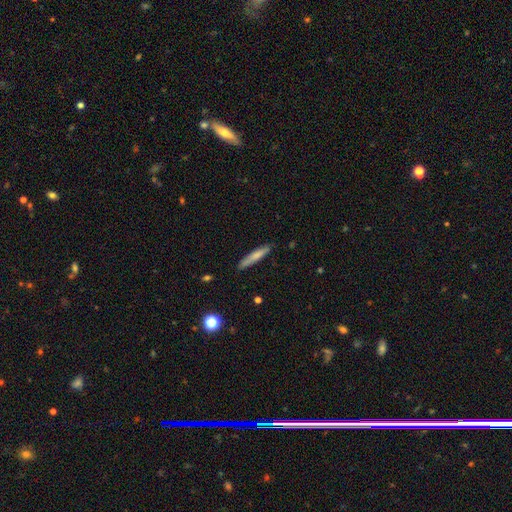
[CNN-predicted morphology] Smooth or featured? Predicted: smooth (p=0.71). How rounded? Predicted: cigar-shaped (p=0.92). Merging? Predicted: none (p=0.85).